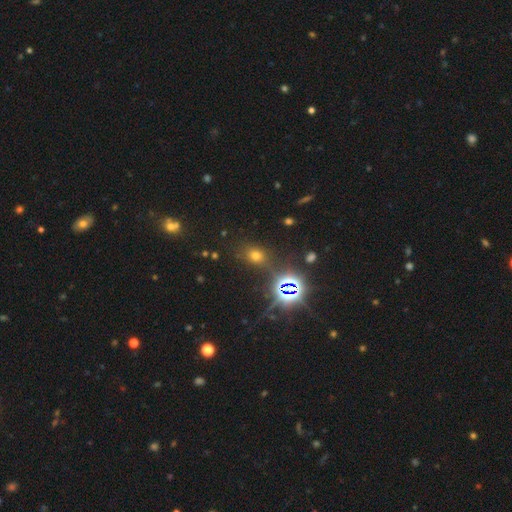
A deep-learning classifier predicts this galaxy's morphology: This appears to be a smooth galaxy with no disk features (53%) that is round (51%). Merging: none (78%).